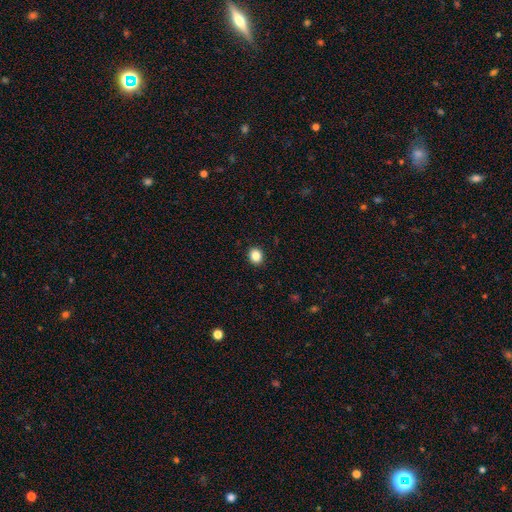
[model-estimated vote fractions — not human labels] Smooth or featured?
  - smooth: 85% *
  - star or artifact: 10%
  - featured or disk: 4%
How rounded?
  - round: 71% *
  - in between: 29%
  - cigar-shaped: 1%
Merging?
  - none: 92% *
  - minor disturbance: 6%
  - major disturbance: 2%
  - merger: 1%